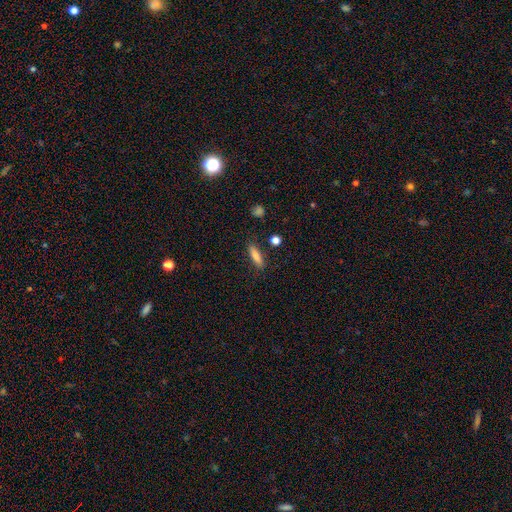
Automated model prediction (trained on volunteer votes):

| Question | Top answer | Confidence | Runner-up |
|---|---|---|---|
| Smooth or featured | smooth | 80% | featured or disk (13%) |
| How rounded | cigar-shaped | 66% | in between (31%) |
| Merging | none | 84% | minor disturbance (11%) |